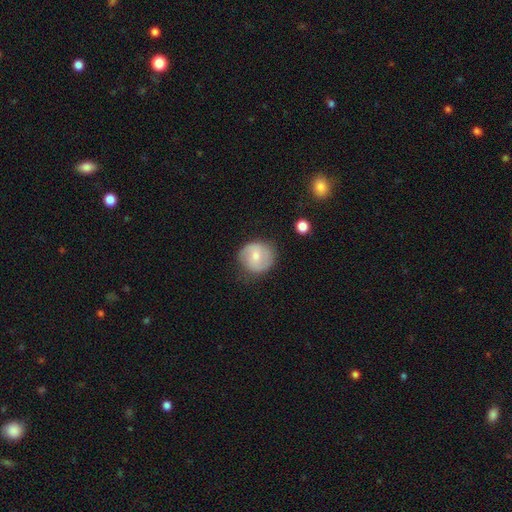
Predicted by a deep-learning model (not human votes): This is possibly a smooth galaxy (49%). Merging: likely none (75%).